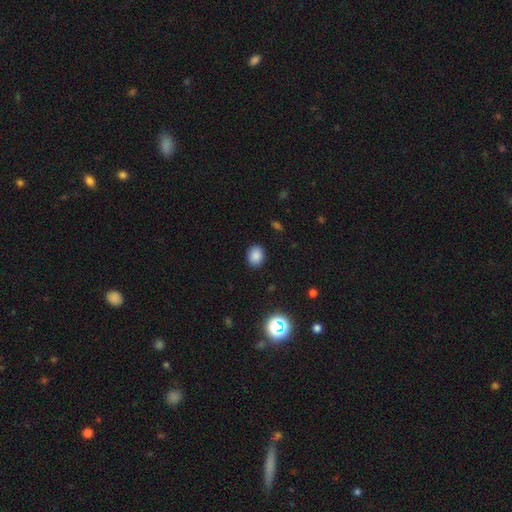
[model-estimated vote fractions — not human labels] Smooth or featured? Predicted: smooth (p=0.85). How rounded? Predicted: round (p=0.54). Merging? Predicted: none (p=0.88).